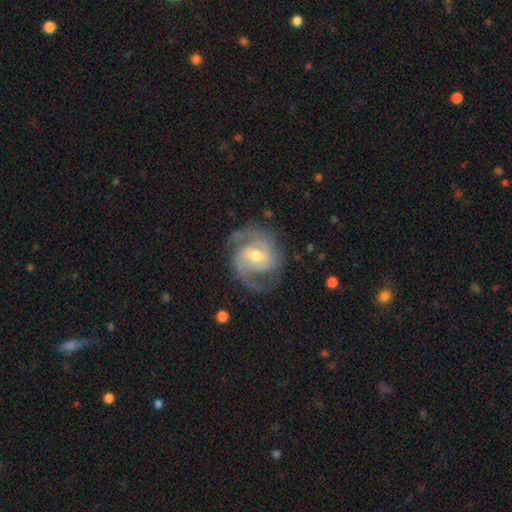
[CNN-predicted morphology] Smooth or featured?
  - featured or disk: 89% *
  - smooth: 6%
  - star or artifact: 5%
Edge-on disk?
  - no: 98% *
  - yes: 2%
Bar?
  - weak: 47% *
  - no: 36%
  - strong: 17%
Spiral arms?
  - yes: 97% *
  - no: 3%
Spiral winding?
  - medium: 53% *
  - tight: 34%
  - loose: 14%
Spiral arm count?
  - 2: 77% *
  - 3: 11%
  - can't tell: 5%
  - 1: 3%
  - 4: 2%
  - more than 4: 2%
Bulge size?
  - moderate: 66% *
  - small: 27%
  - large: 5%
  - none: 1%
  - dominant: 1%
Merging?
  - none: 73% *
  - minor disturbance: 16%
  - major disturbance: 9%
  - merger: 1%